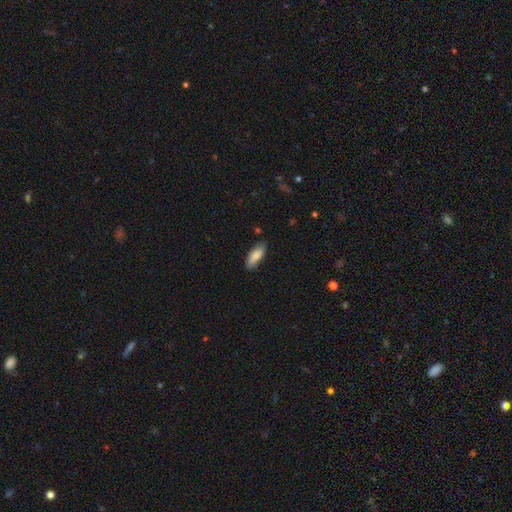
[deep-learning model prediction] Smooth or featured?
  - smooth: 85% *
  - featured or disk: 9%
  - star or artifact: 6%
How rounded?
  - in between: 70% *
  - cigar-shaped: 28%
  - round: 2%
Merging?
  - none: 78% *
  - minor disturbance: 17%
  - major disturbance: 3%
  - merger: 2%